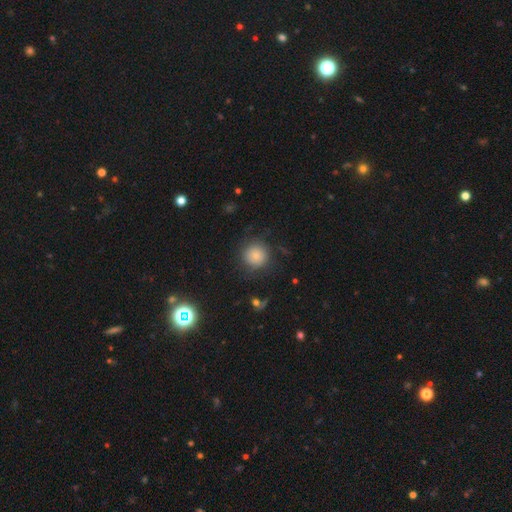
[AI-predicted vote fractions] This appears to be a smooth galaxy with no disk features (78%) that is round (94%). Merging: none (79%).